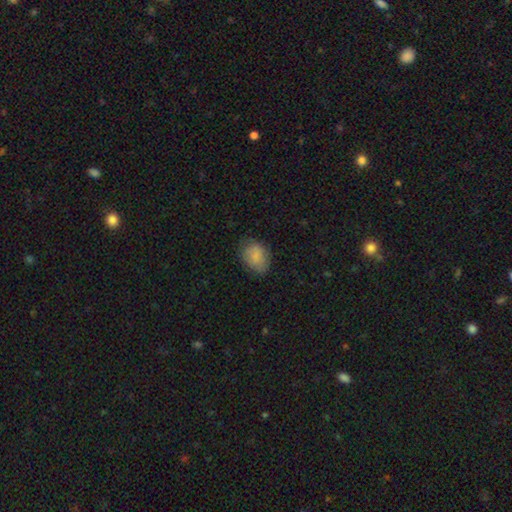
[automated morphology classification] Smooth or featured: smooth — 84% (featured or disk — 8%)
How rounded: in between — 71% (round — 28%)
Merging: none — 71% (minor disturbance — 22%)